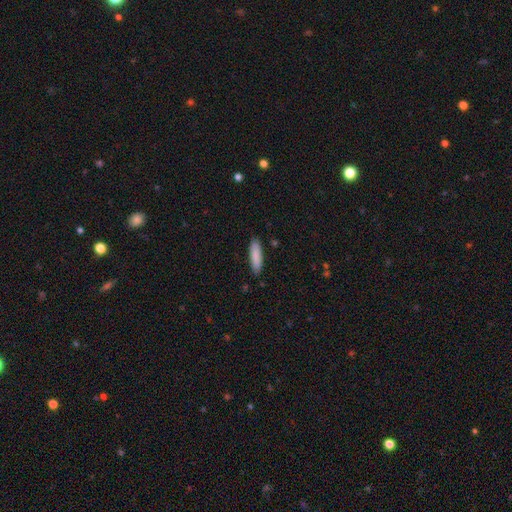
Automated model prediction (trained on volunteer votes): smooth-or-featured: smooth: 87% | featured or disk: 7% | star or artifact: 6%
  how-rounded: cigar-shaped: 65% | in between: 34% | round: 1%
  merging: none: 87% | minor disturbance: 10% | major disturbance: 2% | merger: 1%